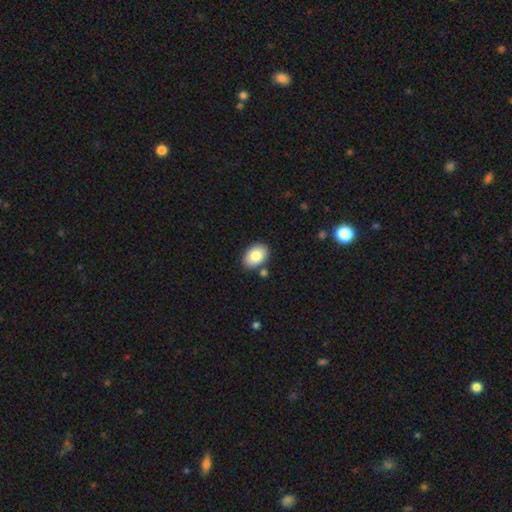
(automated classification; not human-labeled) This is clearly a smooth galaxy (83%). How rounded: clearly in between (85%). Merging: clearly none (82%).